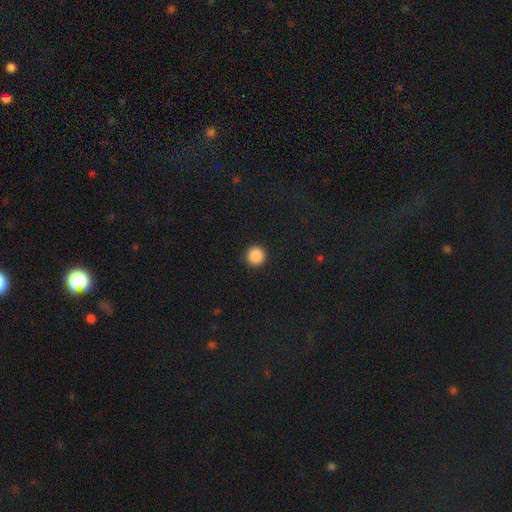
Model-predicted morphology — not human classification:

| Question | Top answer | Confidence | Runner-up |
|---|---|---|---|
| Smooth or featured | smooth | 88% | star or artifact (10%) |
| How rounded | round | 96% | in between (3%) |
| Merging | none | 93% | minor disturbance (4%) |